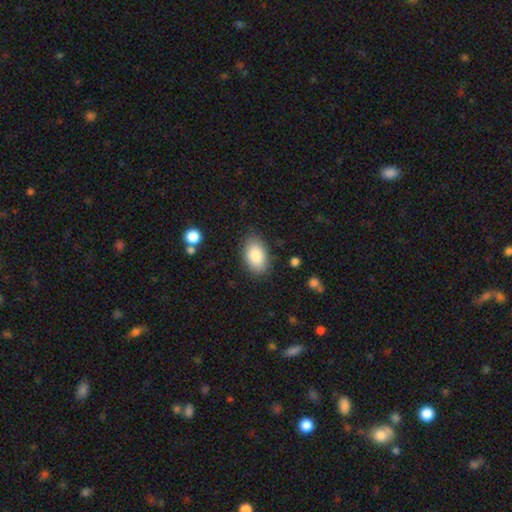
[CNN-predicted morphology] smooth 84%, featured or disk 9%, star or artifact 7%. Down the decision tree: how rounded — in between (92%); merging — none (84%).